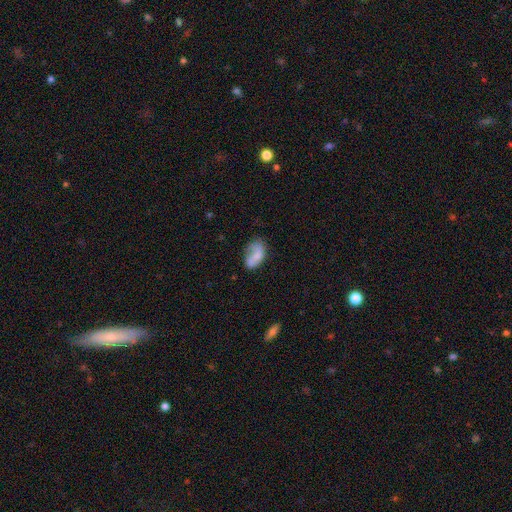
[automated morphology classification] This appears to be a smooth galaxy with no disk features (62%) that is in between round and cigar-shaped (90%). Merging: none (40%).